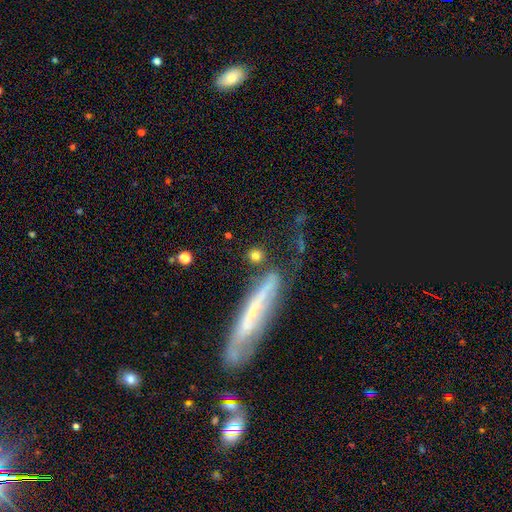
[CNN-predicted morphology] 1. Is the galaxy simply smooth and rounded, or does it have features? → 73% smooth, 14% featured or disk, 12% star or artifact.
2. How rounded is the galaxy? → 65% round, 19% in between, 16% cigar-shaped.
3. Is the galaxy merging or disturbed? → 75% none, 11% minor disturbance, 8% merger, 6% major disturbance.